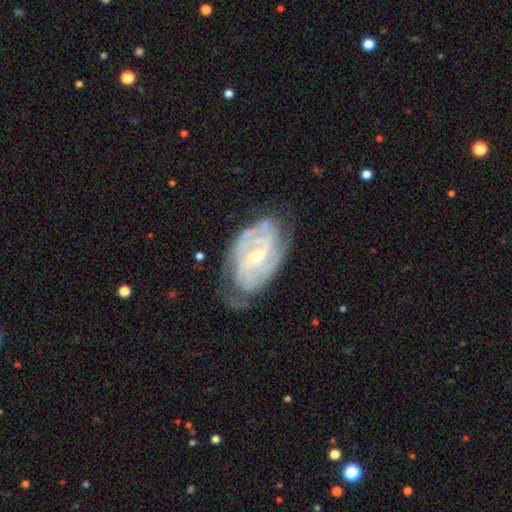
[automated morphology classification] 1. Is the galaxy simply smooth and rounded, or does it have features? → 85% featured or disk, 8% smooth, 7% star or artifact.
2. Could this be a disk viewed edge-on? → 95% no, 5% yes.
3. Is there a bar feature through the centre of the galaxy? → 44% weak, 36% no, 19% strong.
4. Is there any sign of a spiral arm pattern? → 95% yes, 5% no.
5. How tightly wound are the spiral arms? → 62% tight, 30% medium, 7% loose.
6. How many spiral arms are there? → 31% 2, 28% can't tell, 22% 3, 10% 4, 5% more than 4, 4% 1.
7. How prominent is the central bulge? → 53% small, 44% moderate, 2% large, 1% none, 1% dominant.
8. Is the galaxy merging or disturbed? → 68% none, 22% minor disturbance, 8% major disturbance, 2% merger.